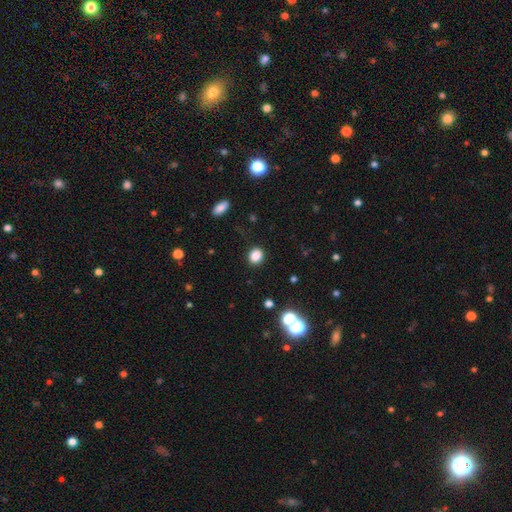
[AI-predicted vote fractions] A smooth galaxy with no disk features (85%) that is round (63%). Merging: none (89%).